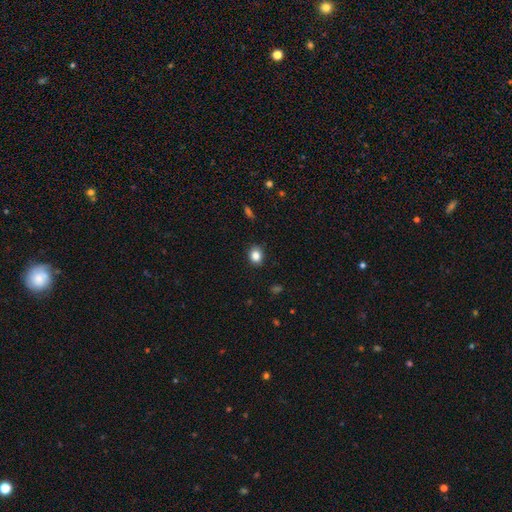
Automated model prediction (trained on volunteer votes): Smooth or featured? smooth (85%)
How rounded? round (61%)
Merging? none (87%)